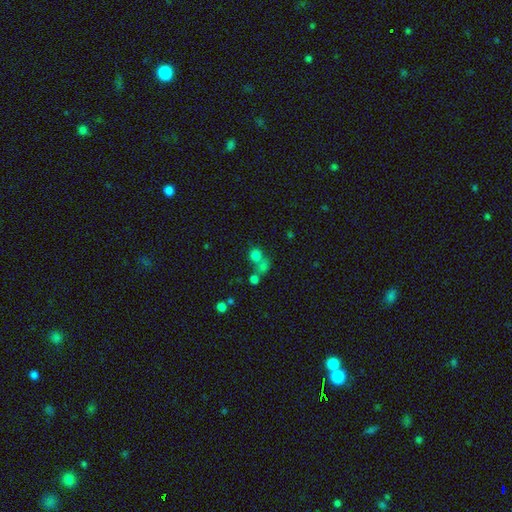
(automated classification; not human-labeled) This appears to be a smooth galaxy with no disk features (71%) that is round (84%). Merging: merger (44%).